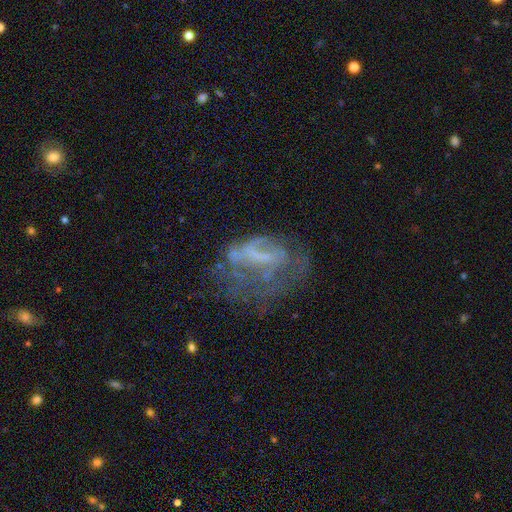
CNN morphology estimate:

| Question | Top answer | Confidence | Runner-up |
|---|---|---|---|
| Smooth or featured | featured or disk | 60% | smooth (24%) |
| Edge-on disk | no | 96% | yes (4%) |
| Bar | no | 58% | weak (27%) |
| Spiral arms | no | 75% | yes (25%) |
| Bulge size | none | 62% | small (21%) |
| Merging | major disturbance | 43% | none (32%) |